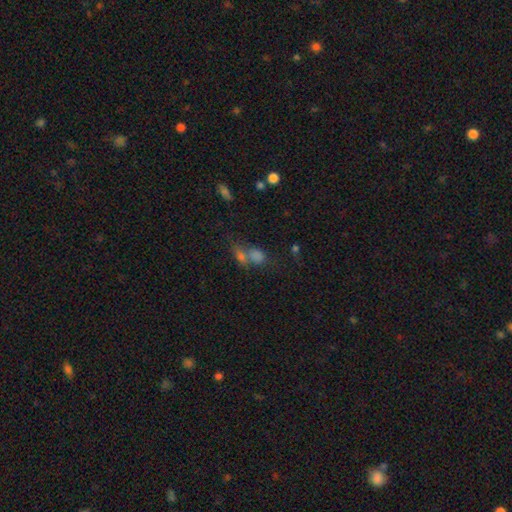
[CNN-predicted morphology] type=smooth (67%); roundness=in between (56%); merging=merger (52%).